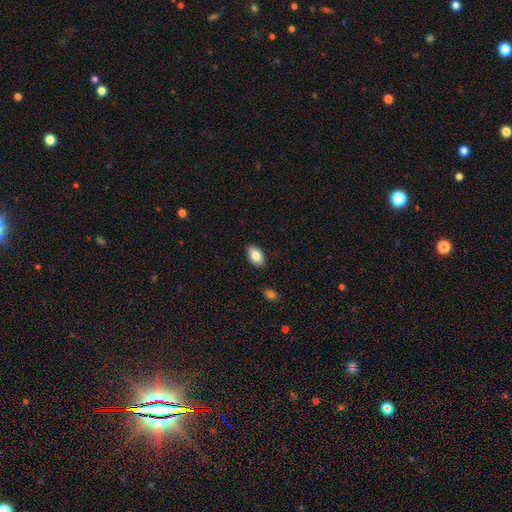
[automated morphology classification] Overall: smooth (84%). How rounded: in between (93%). Merging: none (88%).